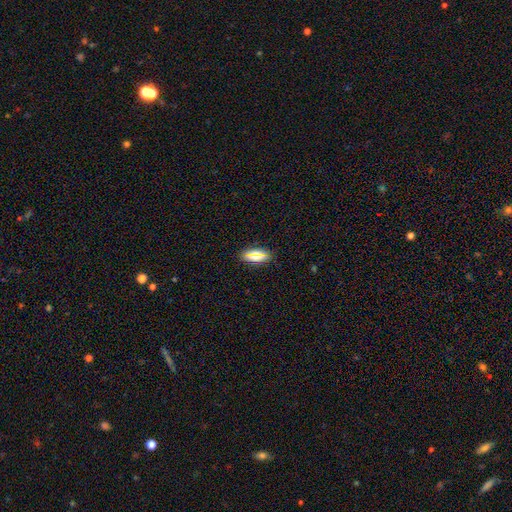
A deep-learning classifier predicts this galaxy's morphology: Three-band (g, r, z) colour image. It shows a smooth galaxy with no disk features (71%) that is in between round and cigar-shaped (80%). Merging: none (86%).